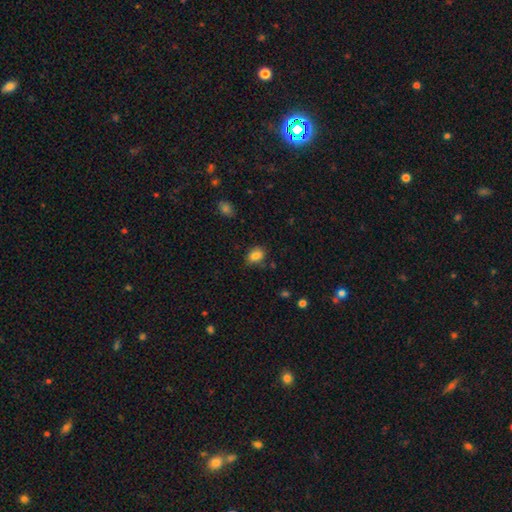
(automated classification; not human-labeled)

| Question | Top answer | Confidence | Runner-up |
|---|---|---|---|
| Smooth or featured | smooth | 83% | star or artifact (9%) |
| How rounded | in between | 74% | round (25%) |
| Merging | none | 75% | minor disturbance (19%) |